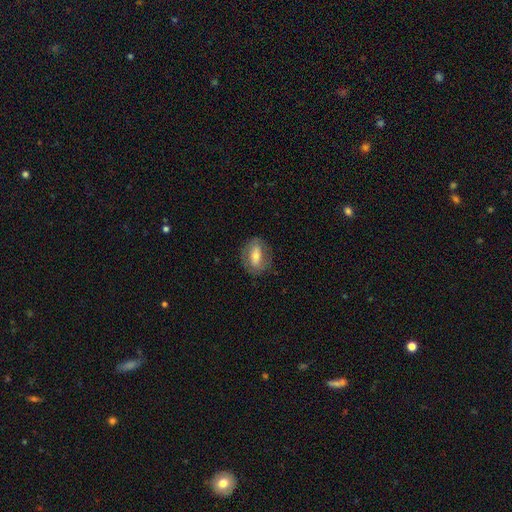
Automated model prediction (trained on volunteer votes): smooth-or-featured: smooth: 56% | featured or disk: 37% | star or artifact: 7%
  how-rounded: in between: 78% | round: 17% | cigar-shaped: 5%
  merging: none: 78% | minor disturbance: 15% | major disturbance: 6% | merger: 1%